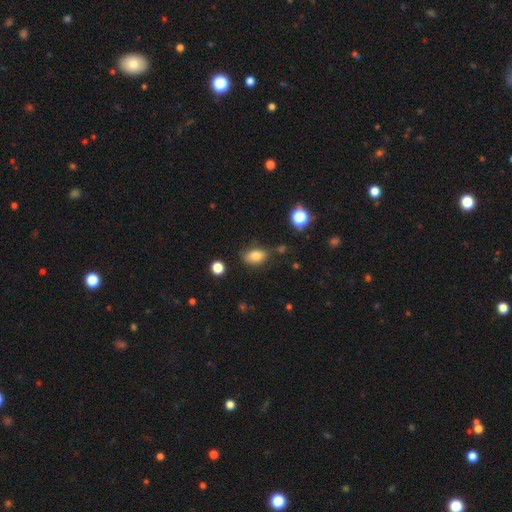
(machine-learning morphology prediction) Smooth or featured? Predicted: smooth (p=0.81). How rounded? Predicted: in between (p=0.85). Merging? Predicted: none (p=0.72).